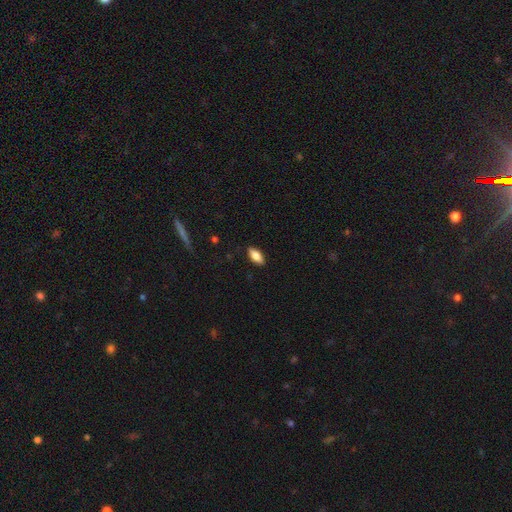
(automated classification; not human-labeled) Smooth or featured?
  - smooth: 80% *
  - featured or disk: 13%
  - star or artifact: 7%
How rounded?
  - in between: 84% *
  - cigar-shaped: 13%
  - round: 3%
Merging?
  - none: 87% *
  - minor disturbance: 10%
  - major disturbance: 2%
  - merger: 1%